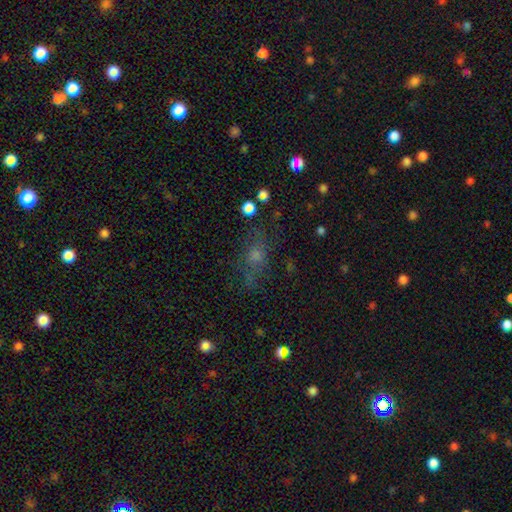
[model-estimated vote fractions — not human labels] This is possibly a smooth galaxy (52%). How rounded: possibly in between (57%). Merging: likely none (67%).